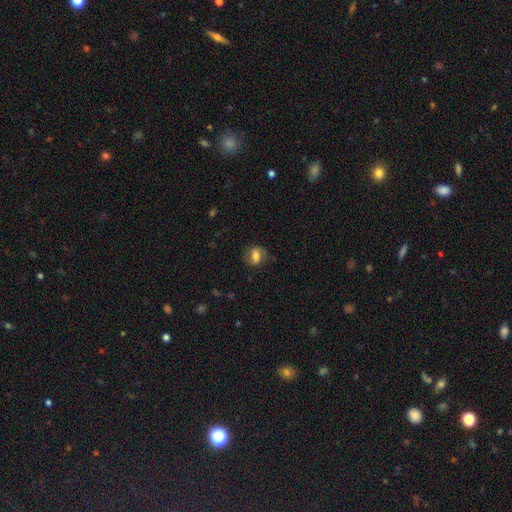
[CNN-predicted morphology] A smooth galaxy with no disk features (50%). Merging: none (69%).